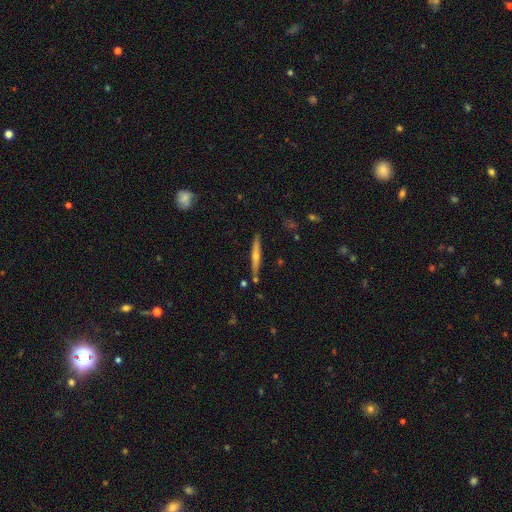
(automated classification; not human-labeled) smooth-or-featured: featured or disk: 71% | smooth: 23% | star or artifact: 7%
  disk-edge-on: yes: 98% | no: 2%
    edge-on-bulge: rounded: 87% | none: 9% | boxy: 4%
  merging: none: 88% | minor disturbance: 8% | merger: 3% | major disturbance: 2%